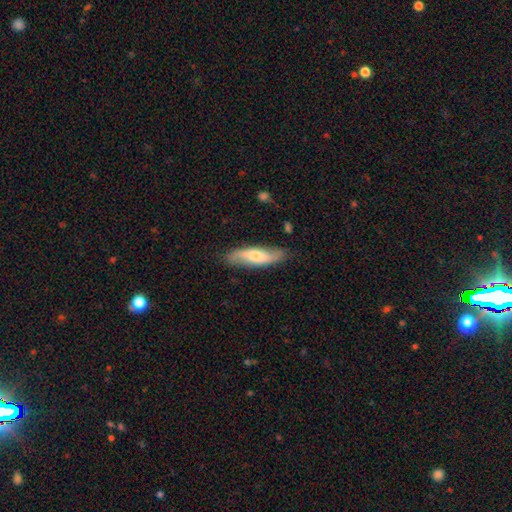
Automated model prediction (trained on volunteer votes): smooth 57%, featured or disk 37%, star or artifact 5%. Down the decision tree: how rounded — cigar-shaped (62%); merging — none (78%).